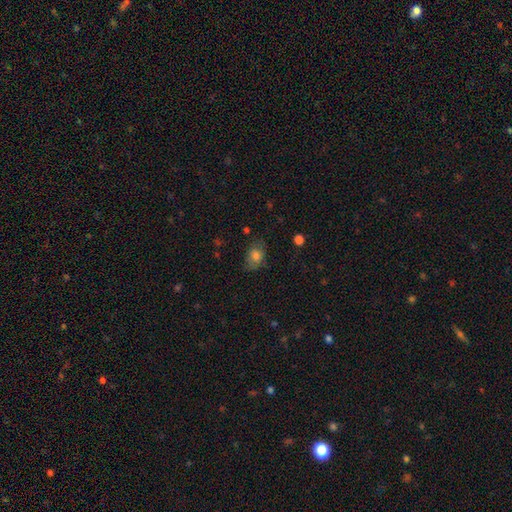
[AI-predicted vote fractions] smooth_or_featured: smooth (p=0.76) [alt: featured or disk p=0.14]
how_rounded: in between (p=0.77) [alt: round p=0.21]
merging: none (p=0.68) [alt: minor disturbance p=0.23]